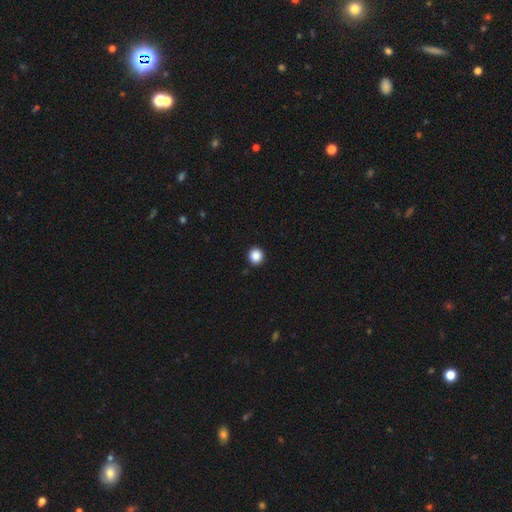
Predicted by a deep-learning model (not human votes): Smooth or featured?
  - smooth: 87% *
  - star or artifact: 10%
  - featured or disk: 3%
How rounded?
  - round: 90% *
  - in between: 9%
  - cigar-shaped: 1%
Merging?
  - none: 92% *
  - minor disturbance: 5%
  - major disturbance: 2%
  - merger: 1%